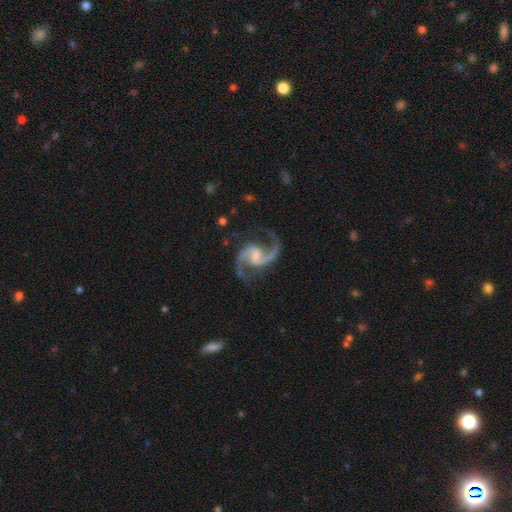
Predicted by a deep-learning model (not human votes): The model was most divided on "bulge size": small: 36%, none: 31%, moderate: 27%, large: 5%, dominant: 1%. More confident: spiral arms — yes (99%); edge-on disk — no (98%); smooth or featured — featured or disk (94%); spiral arm count — 2 (94%); merging — none (77%); spiral winding — medium (55%); bar — weak (51%).